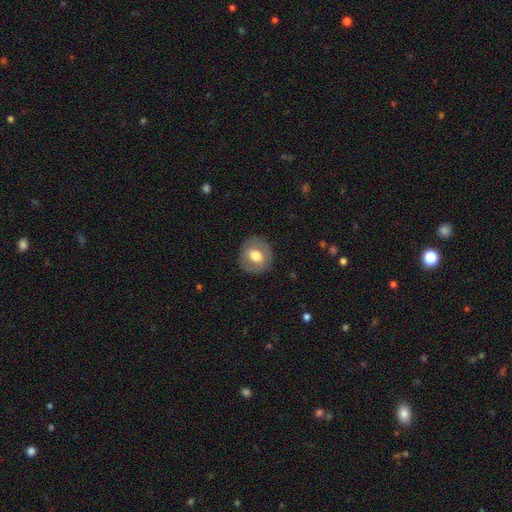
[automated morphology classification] This is likely a smooth galaxy (62%). How rounded: likely round (78%). Merging: clearly none (86%).